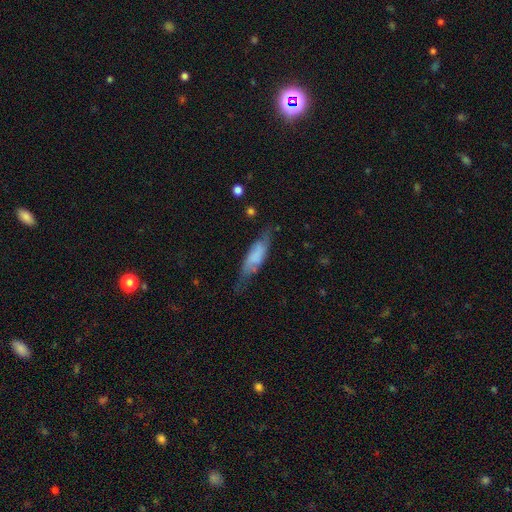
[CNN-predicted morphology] This is possibly a smooth galaxy (59%). How rounded: possibly in between (49%, tied with cigar-shaped). Merging: possibly none (55%).